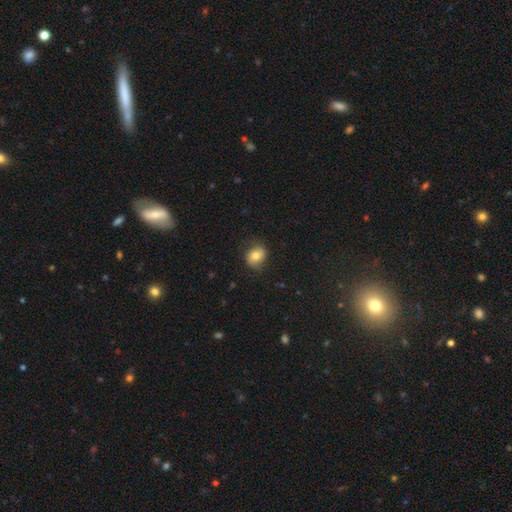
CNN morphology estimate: This is likely a smooth galaxy (74%). How rounded: possibly round (57%). Merging: likely none (77%).